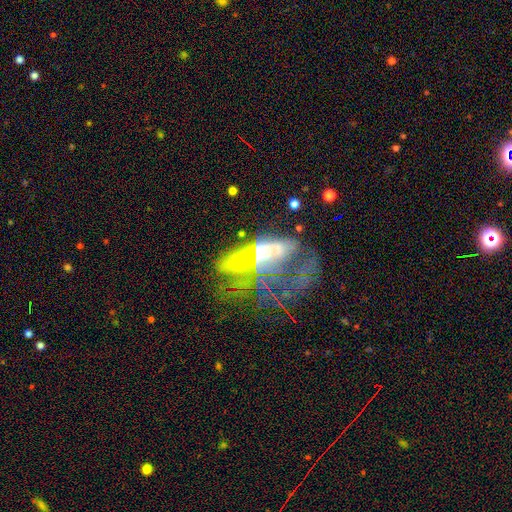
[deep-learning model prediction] Smooth or featured? featured or disk (64%)
Edge-on disk? no (84%)
Bar? no (78%)
Spiral arms? no (74%)
Bulge size? moderate (45%)
Merging? major disturbance (51%)